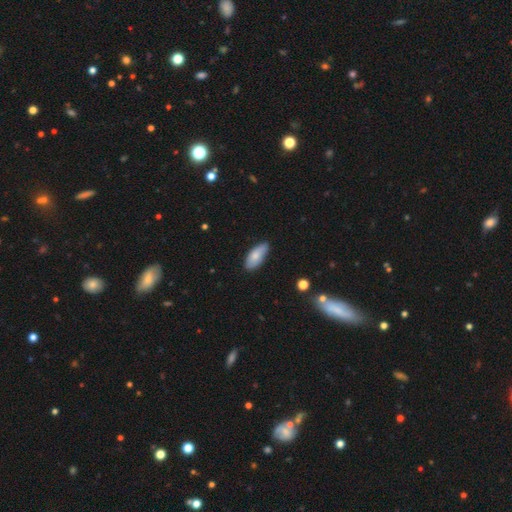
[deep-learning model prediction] smooth_or_featured: smooth (p=0.79) [alt: featured or disk p=0.15]
how_rounded: in between (p=0.87) [alt: cigar-shaped p=0.11]
merging: none (p=0.78) [alt: minor disturbance p=0.18]